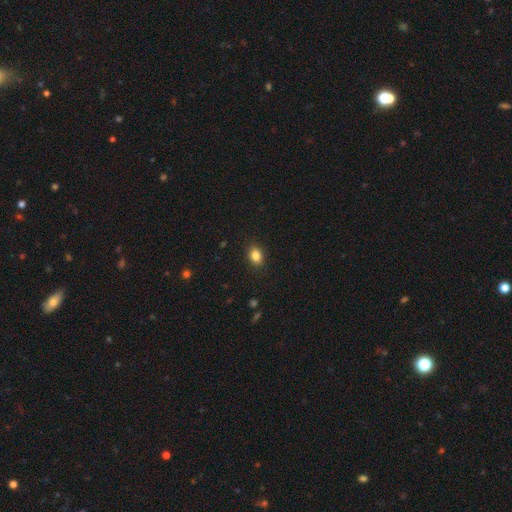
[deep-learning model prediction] smooth_or_featured: smooth (p=0.85) [alt: star or artifact p=0.10]
how_rounded: in between (p=0.73) [alt: round p=0.25]
merging: none (p=0.88) [alt: minor disturbance p=0.08]